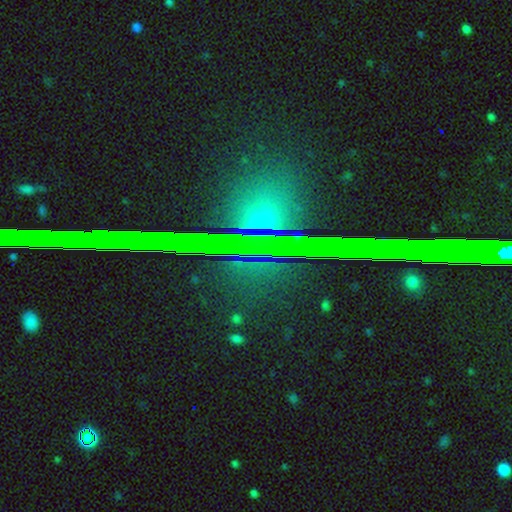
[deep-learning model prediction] Q: Smooth or featured?
A: star or artifact (82%); runner-up: featured or disk (9%)